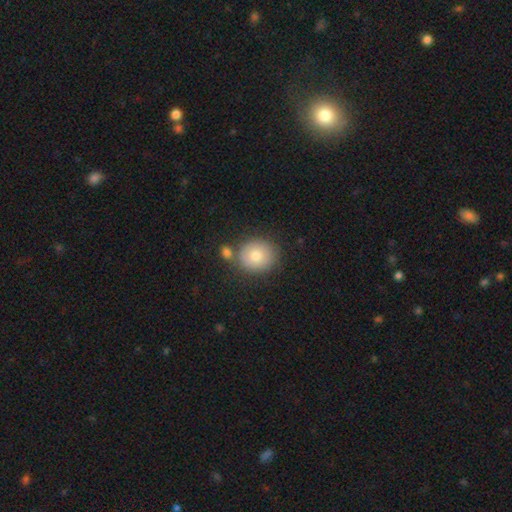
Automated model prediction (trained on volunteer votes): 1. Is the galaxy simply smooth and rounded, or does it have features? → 78% smooth, 13% featured or disk, 9% star or artifact.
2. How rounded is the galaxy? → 81% round, 18% in between, 1% cigar-shaped.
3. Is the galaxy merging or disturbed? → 72% none, 14% merger, 11% minor disturbance, 3% major disturbance.